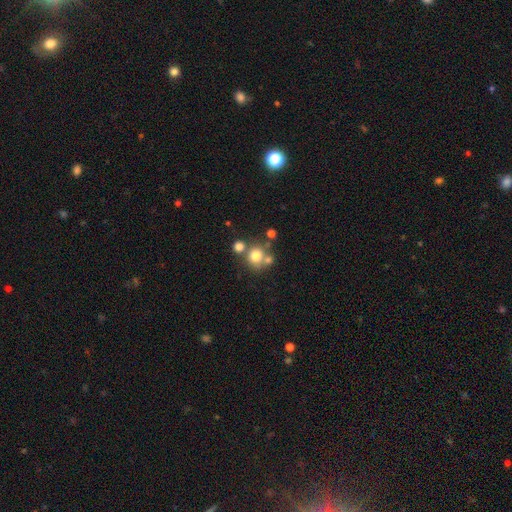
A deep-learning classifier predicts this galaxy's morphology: type=smooth (74%); roundness=round (88%); merging=none (57%).